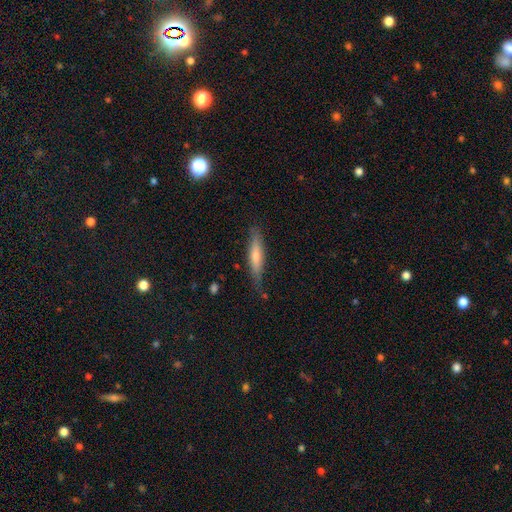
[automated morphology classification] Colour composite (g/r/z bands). It shows a smooth galaxy with no disk features (53%) that is cigar-shaped (87%). Merging: none (78%).